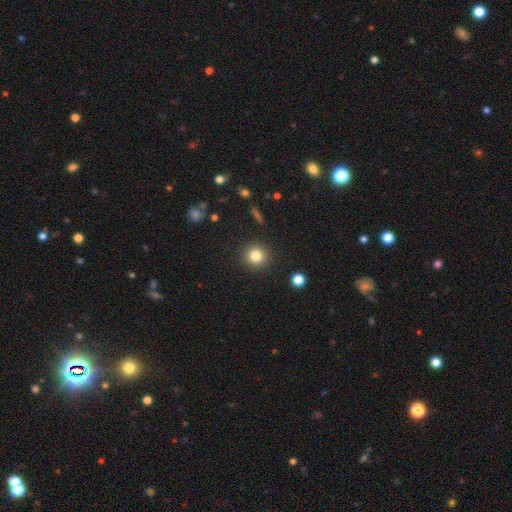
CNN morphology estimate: A smooth galaxy with no disk features (81%) that is round (93%).

Vote fractions:
- Smooth or featured? smooth: 81% / star or artifact: 12% / featured or disk: 7%
- How rounded? round: 93% / in between: 6% / cigar-shaped: 1%
- Merging? none: 91% / minor disturbance: 5% / major disturbance: 2% / merger: 1%